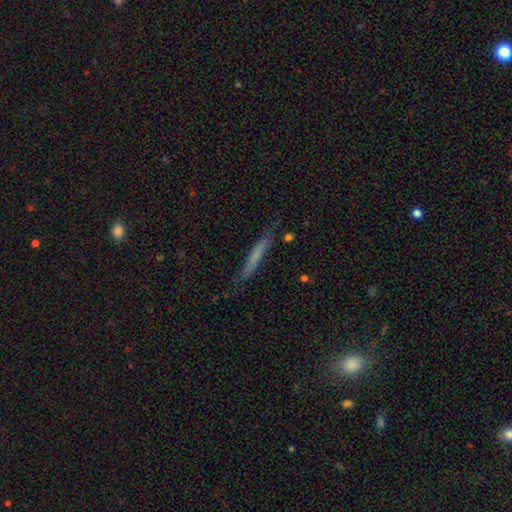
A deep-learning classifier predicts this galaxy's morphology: A smooth galaxy with no disk features (55%) that is cigar-shaped (95%). Merging: none (76%).